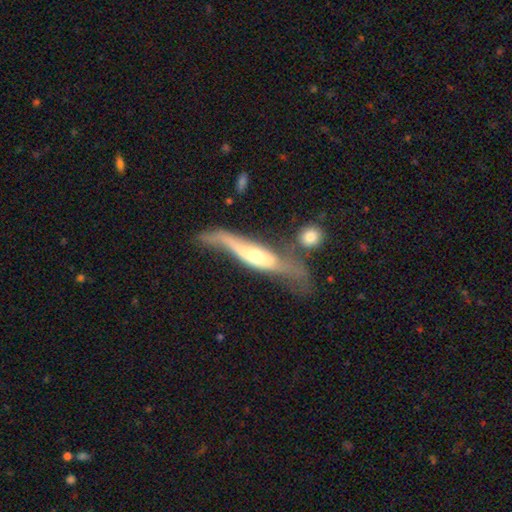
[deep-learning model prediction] Smooth or featured? featured or disk (76%)
Edge-on disk? yes (71%)
Edge-on bulge? rounded (80%)
Merging? none (38%)